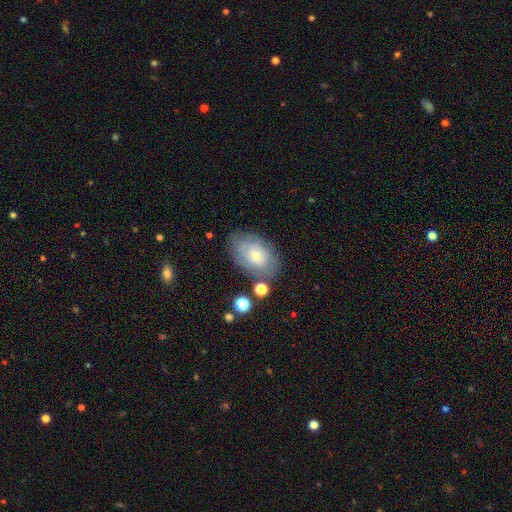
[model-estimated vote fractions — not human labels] smooth 55%, featured or disk 37%, star or artifact 9%. Down the decision tree: how rounded — in between (87%); merging — none (68%).